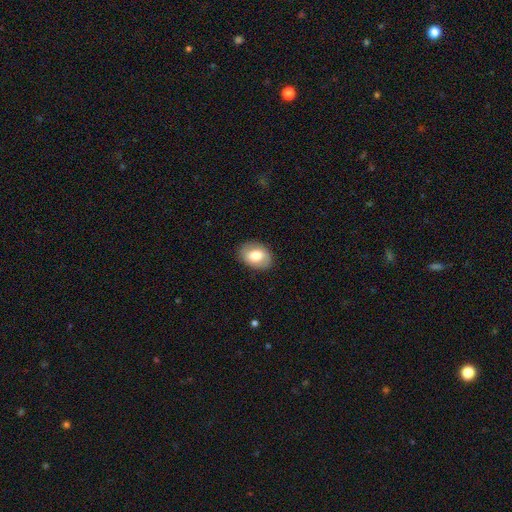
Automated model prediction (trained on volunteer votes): Morphology: type=smooth (72%); roundness=in between (77%); merging=none (86%).